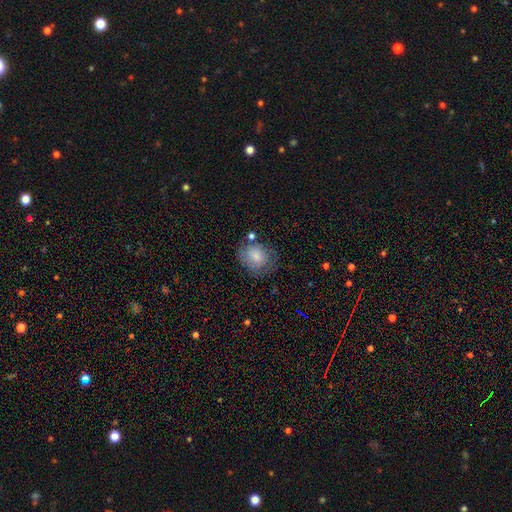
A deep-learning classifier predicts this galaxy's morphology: Smooth or featured? smooth (75%)
How rounded? round (60%)
Merging? none (61%)